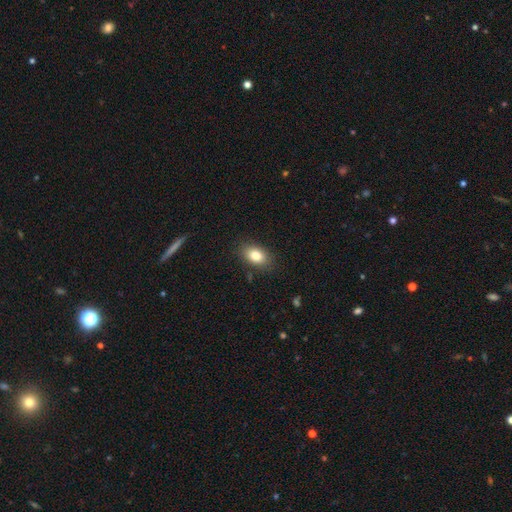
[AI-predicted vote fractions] Q: Smooth or featured?
A: smooth (83%); runner-up: featured or disk (9%)
Q: How rounded?
A: in between (86%); runner-up: round (12%)
Q: Merging?
A: none (85%); runner-up: minor disturbance (11%)